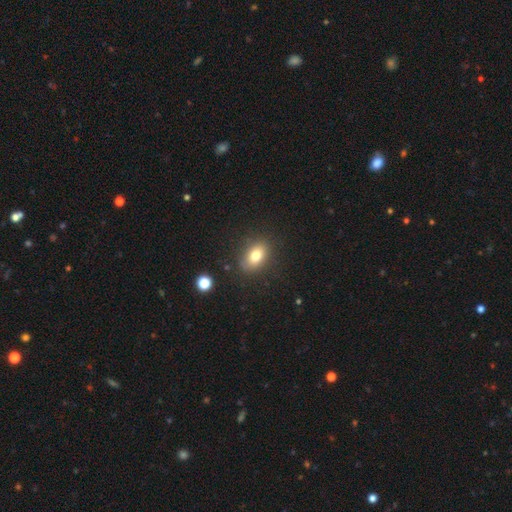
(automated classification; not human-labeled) smooth_or_featured: smooth (p=0.77) [alt: featured or disk p=0.12]
how_rounded: in between (p=0.80) [alt: round p=0.18]
merging: none (p=0.83) [alt: minor disturbance p=0.11]